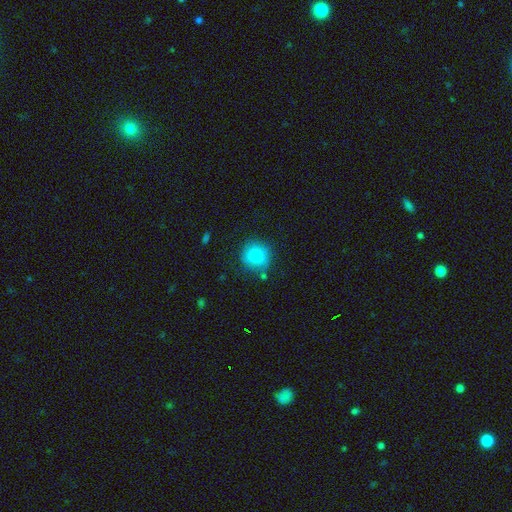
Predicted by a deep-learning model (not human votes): Smooth or featured? smooth (79%)
How rounded? round (93%)
Merging? none (82%)